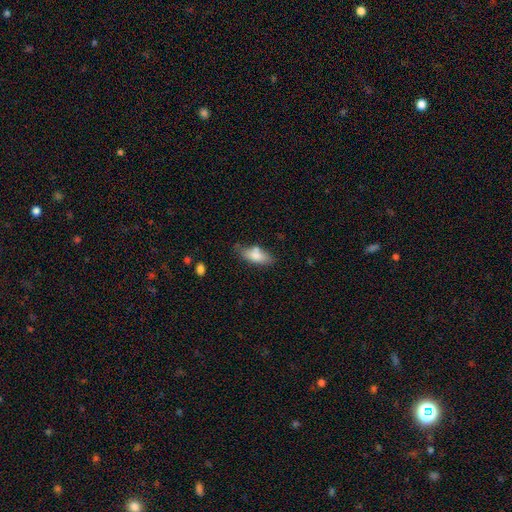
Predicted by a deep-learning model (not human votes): Overall: smooth (77%). How rounded: in between (70%). Merging: none (60%; minor disturbance 25%).